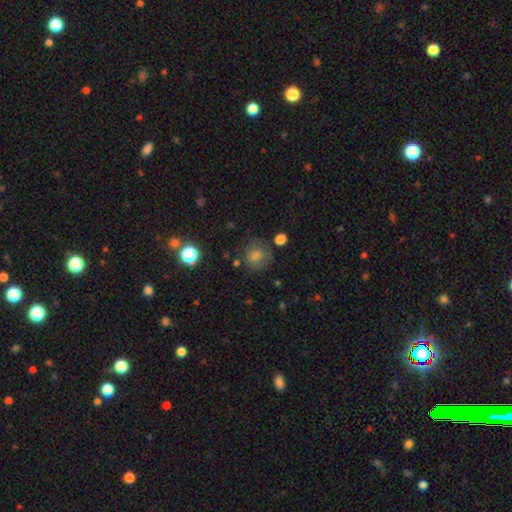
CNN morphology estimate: A smooth galaxy with no disk features (76%) that is round (77%).

Vote fractions:
- Smooth or featured? smooth: 76% / star or artifact: 14% / featured or disk: 10%
- How rounded? round: 77% / in between: 22% / cigar-shaped: 1%
- Merging? none: 63% / minor disturbance: 21% / major disturbance: 12% / merger: 4%